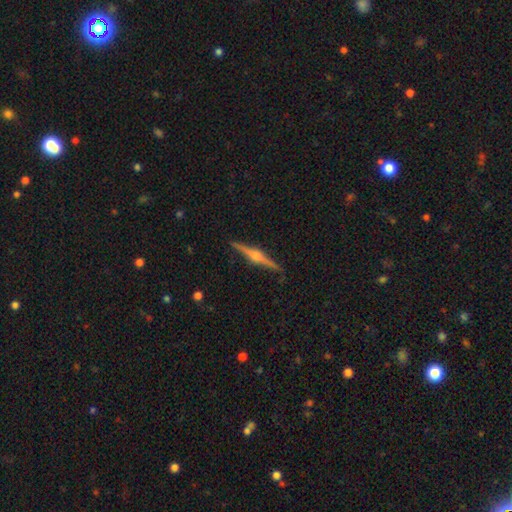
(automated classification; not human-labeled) Overall: featured or disk (84%). Edge-on disk: yes (98%). Edge-on bulge: rounded (91%). Merging: none (91%).